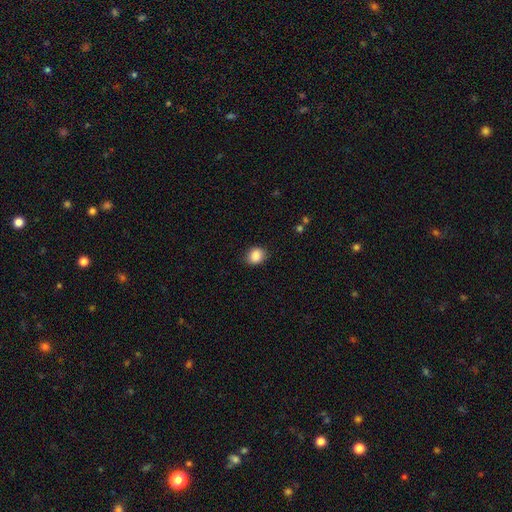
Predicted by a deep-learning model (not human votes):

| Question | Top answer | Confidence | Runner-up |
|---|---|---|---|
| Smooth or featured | smooth | 88% | star or artifact (9%) |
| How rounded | round | 54% | in between (45%) |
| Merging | none | 83% | minor disturbance (13%) |